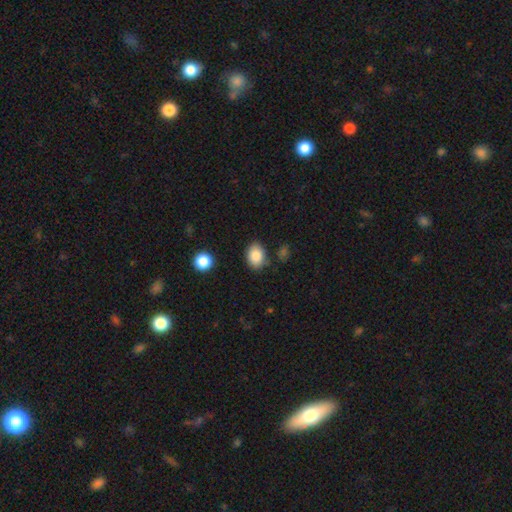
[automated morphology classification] A smooth galaxy with no disk features (86%) that is in between round and cigar-shaped (72%). Merging: none (79%).